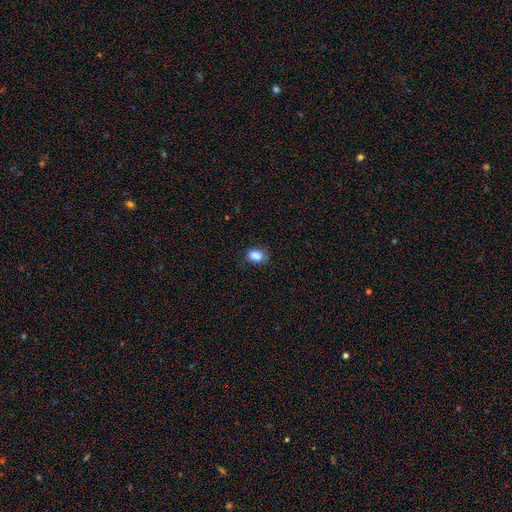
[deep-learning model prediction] Smooth or featured: smooth — 86% (star or artifact — 10%)
How rounded: in between — 74% (round — 24%)
Merging: none — 72% (minor disturbance — 21%)